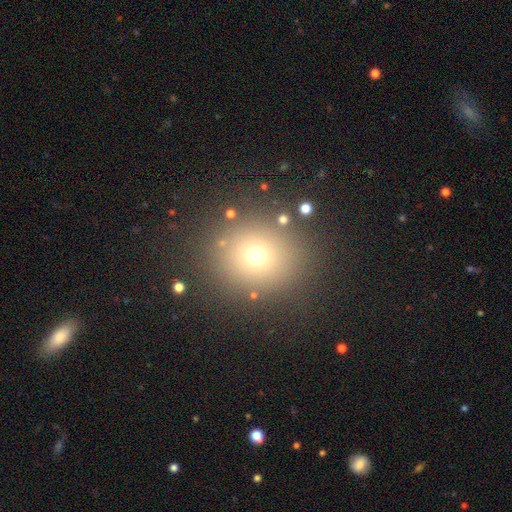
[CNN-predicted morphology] smooth-or-featured: smooth: 66% | star or artifact: 24% | featured or disk: 10%
  how-rounded: round: 85% | in between: 14% | cigar-shaped: 1%
  merging: none: 85% | minor disturbance: 8% | major disturbance: 4% | merger: 3%